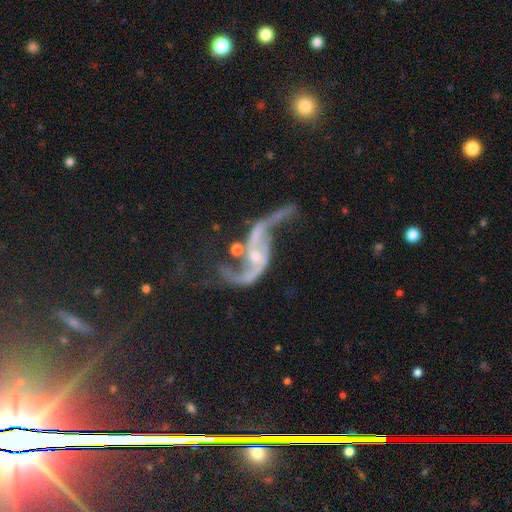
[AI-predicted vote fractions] Overall: featured or disk (89%). Edge-on disk: no (95%). Bar: no (54%; weak 30%). Spiral arms: yes (94%). Spiral arm count: 2 (92%). Spiral winding: loose (87%). Bulge size: small (70%). Merging: none (42%; major disturbance 26%).